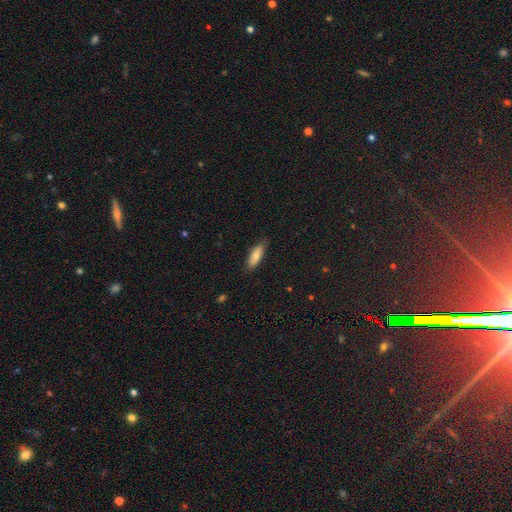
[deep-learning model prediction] smooth 74%, featured or disk 19%, star or artifact 6%. Down the decision tree: how rounded — in between (57%); merging — none (80%).